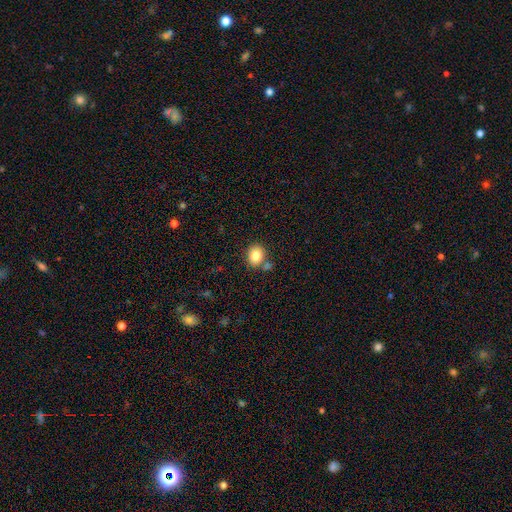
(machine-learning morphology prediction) Smooth or featured: smooth — 84% (star or artifact — 9%)
How rounded: round — 59% (in between — 40%)
Merging: none — 73% (merger — 12%)